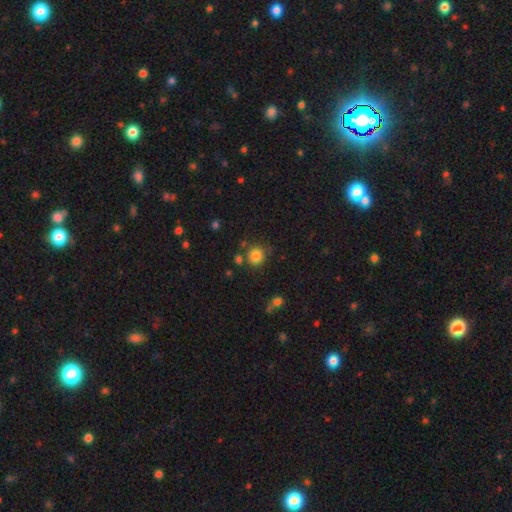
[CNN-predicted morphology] smooth_or_featured: smooth (p=0.83) [alt: star or artifact p=0.11]
how_rounded: round (p=0.88) [alt: in between p=0.11]
merging: none (p=0.77) [alt: minor disturbance p=0.12]